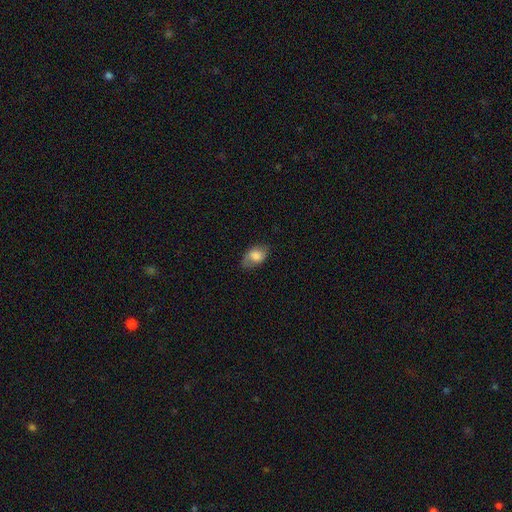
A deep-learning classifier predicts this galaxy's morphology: smooth 68%, featured or disk 23%, star or artifact 8%. Down the decision tree: how rounded — in between (83%); merging — none (68%).